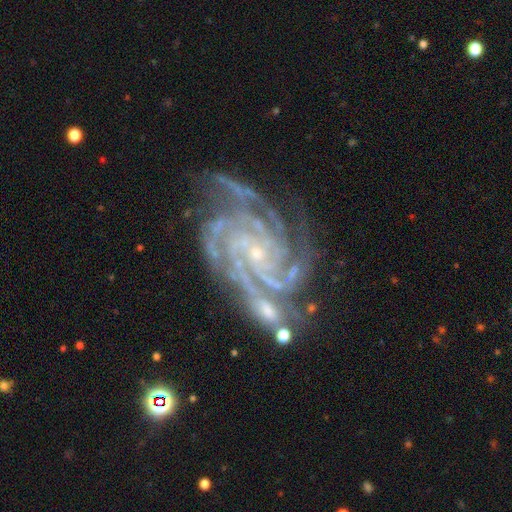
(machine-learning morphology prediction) Q: Smooth or featured?
A: featured or disk (92%); runner-up: star or artifact (6%)
Q: Edge-on disk?
A: no (98%); runner-up: yes (2%)
Q: Bar?
A: no (60%); runner-up: weak (26%)
Q: Spiral arms?
A: yes (99%); runner-up: no (1%)
Q: Spiral winding?
A: tight (75%); runner-up: medium (23%)
Q: Spiral arm count?
A: 4 (38%); runner-up: more than 4 (21%)
Q: Bulge size?
A: small (87%); runner-up: moderate (8%)
Q: Merging?
A: none (64%); runner-up: minor disturbance (20%)